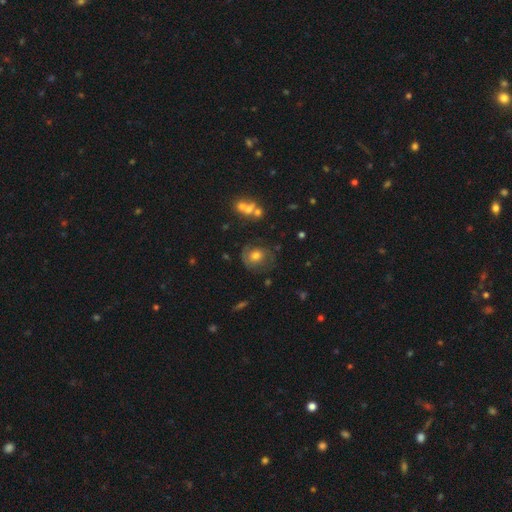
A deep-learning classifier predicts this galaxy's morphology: type=smooth (48%); merging=none (64%).